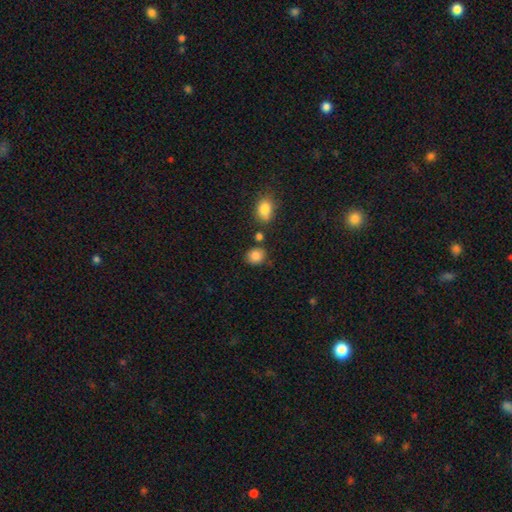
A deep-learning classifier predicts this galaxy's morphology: smooth 85%, star or artifact 10%, featured or disk 6%. Down the decision tree: how rounded — round (70%); merging — none (78%).